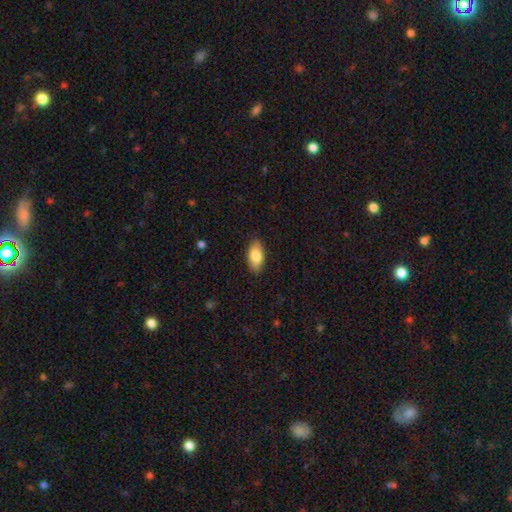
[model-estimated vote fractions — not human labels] Morphology: type=smooth (81%); roundness=in between (90%); merging=none (87%).